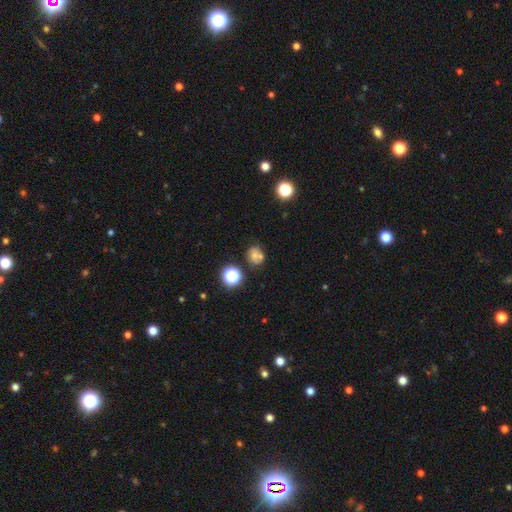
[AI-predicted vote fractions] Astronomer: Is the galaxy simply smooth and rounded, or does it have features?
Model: smooth — 60%.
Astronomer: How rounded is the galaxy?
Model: round — 70%.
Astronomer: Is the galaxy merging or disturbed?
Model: none — 54%.